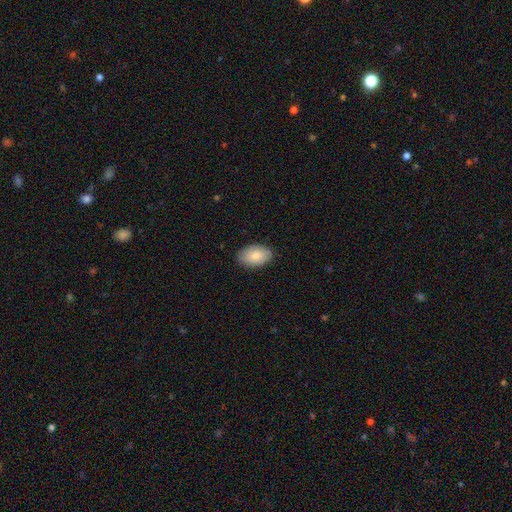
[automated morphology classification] This appears to be a smooth galaxy with no disk features (83%) that is in between round and cigar-shaped (92%). Merging: none (86%).